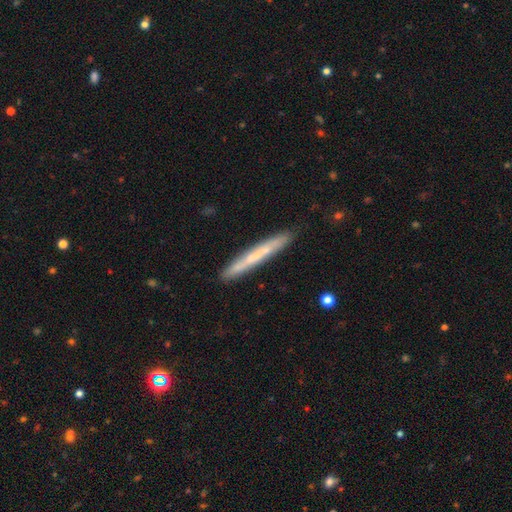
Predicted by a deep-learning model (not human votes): Smooth or featured? smooth (51%)
How rounded? cigar-shaped (97%)
Merging? none (88%)